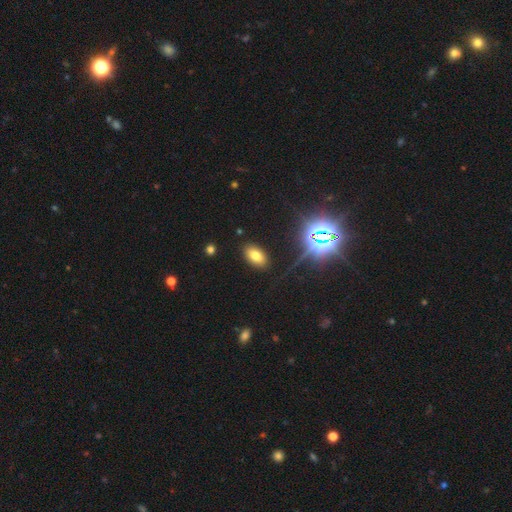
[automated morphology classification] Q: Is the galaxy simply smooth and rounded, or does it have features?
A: smooth — 71%.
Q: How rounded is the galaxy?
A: in between — 92%.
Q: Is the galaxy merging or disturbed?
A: none — 89%.